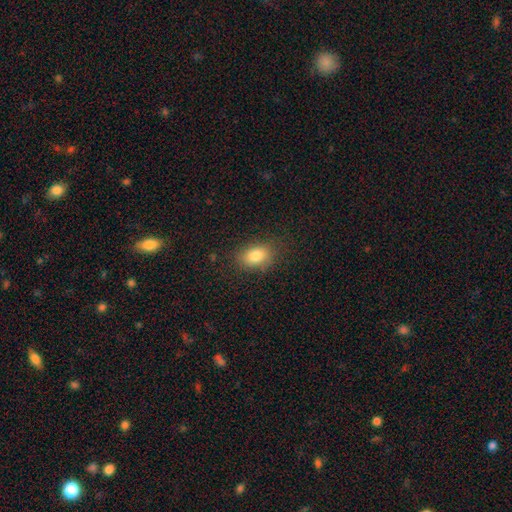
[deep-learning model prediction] Morphology: type=smooth (82%); roundness=in between (80%); merging=none (81%).